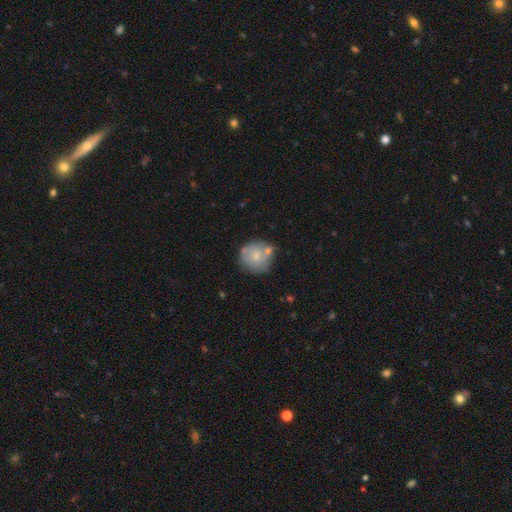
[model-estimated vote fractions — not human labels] Overall: smooth (69%). How rounded: round (90%). Merging: none (58%; minor disturbance 19%).